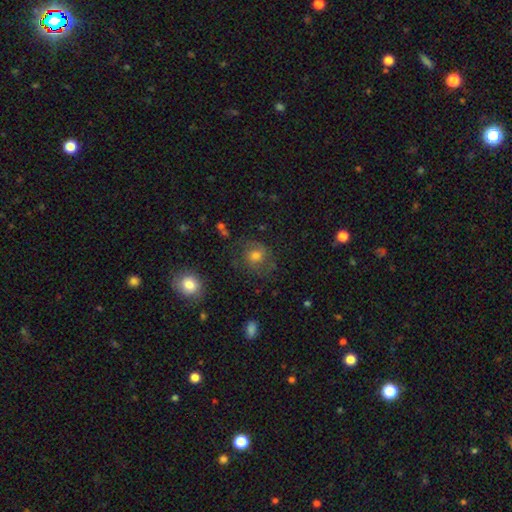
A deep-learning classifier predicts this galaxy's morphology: Smooth or featured? smooth (49%)
Merging? none (65%)